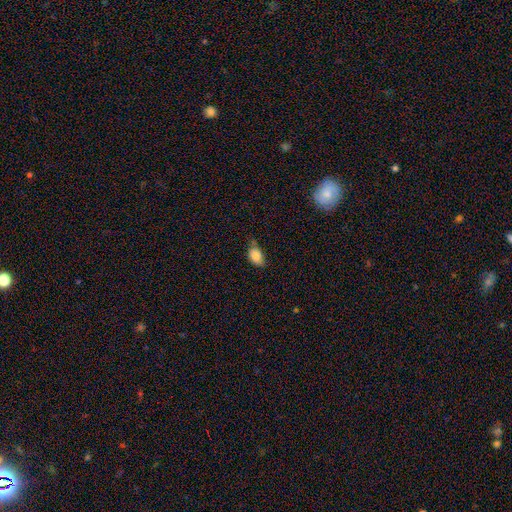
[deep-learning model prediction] The model was most divided on "merging": none: 55%, minor disturbance: 34%, major disturbance: 7%, merger: 5%. More confident: how rounded — in between (87%); smooth or featured — smooth (85%).